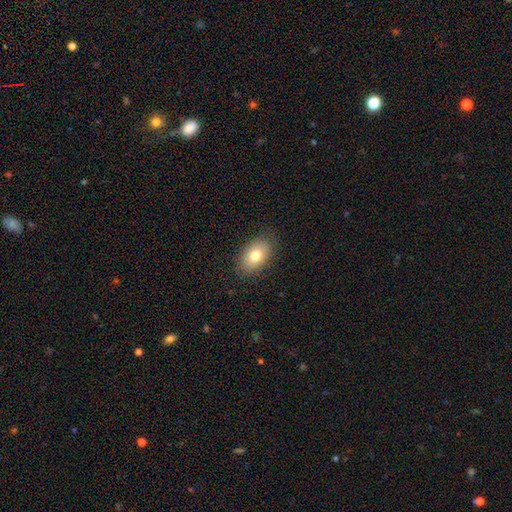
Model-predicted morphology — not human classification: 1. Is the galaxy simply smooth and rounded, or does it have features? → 78% smooth, 14% featured or disk, 8% star or artifact.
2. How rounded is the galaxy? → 88% in between, 10% round, 1% cigar-shaped.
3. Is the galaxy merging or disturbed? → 85% none, 11% minor disturbance, 3% major disturbance, 1% merger.